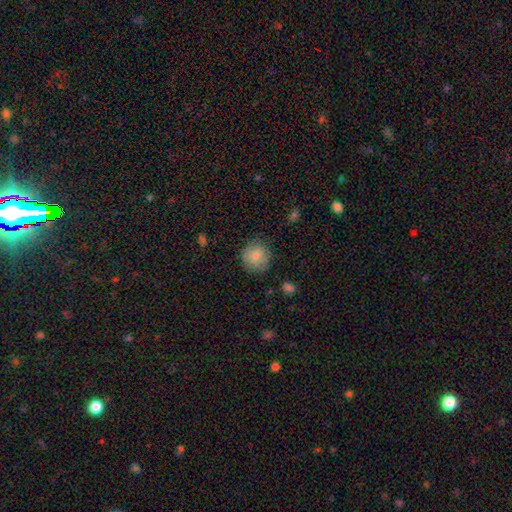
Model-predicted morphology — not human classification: smooth 84%, featured or disk 8%, star or artifact 8%. Down the decision tree: how rounded — round (90%); merging — none (81%).